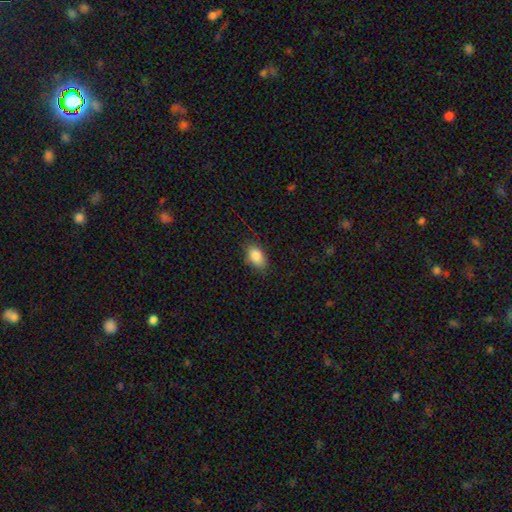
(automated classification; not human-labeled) Smooth or featured? Predicted: smooth (p=0.87). How rounded? Predicted: in between (p=0.89). Merging? Predicted: none (p=0.79).